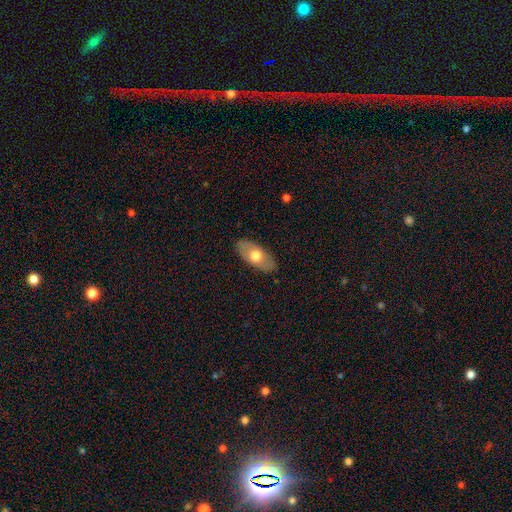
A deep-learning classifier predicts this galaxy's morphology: Smooth or featured: smooth — 58% (featured or disk — 36%)
How rounded: in between — 90% (cigar-shaped — 6%)
Merging: none — 85% (minor disturbance — 11%)